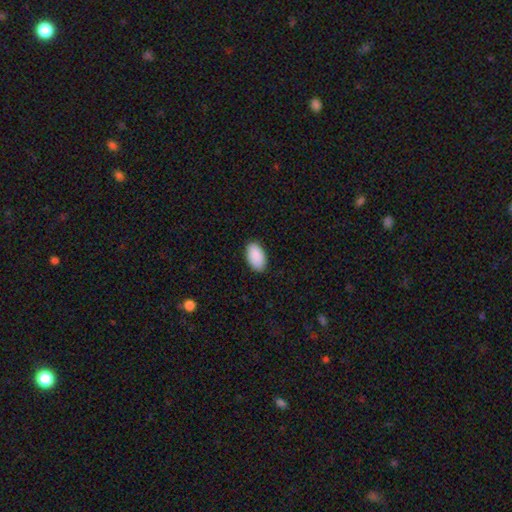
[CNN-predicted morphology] type=smooth (92%); roundness=in between (96%); merging=none (88%).